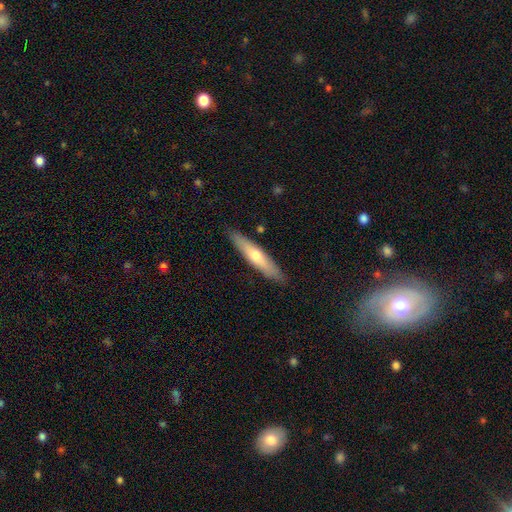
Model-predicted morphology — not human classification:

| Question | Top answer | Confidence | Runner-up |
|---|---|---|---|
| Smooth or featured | smooth | 54% | featured or disk (40%) |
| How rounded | cigar-shaped | 85% | in between (13%) |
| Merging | none | 89% | minor disturbance (8%) |